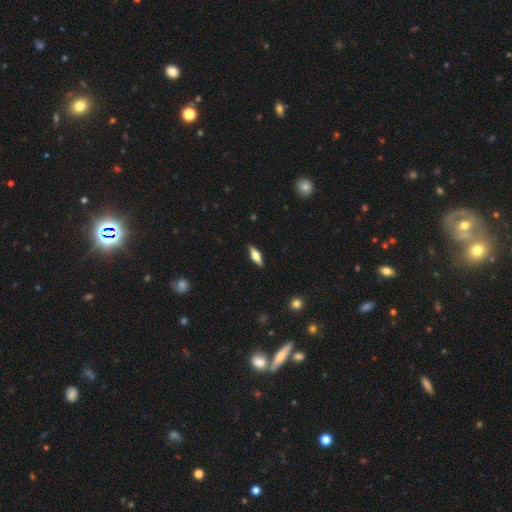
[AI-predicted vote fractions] The model was most divided on "smooth or featured": featured or disk: 47%, smooth: 46%, star or artifact: 6%. More confident: merging — none (89%).